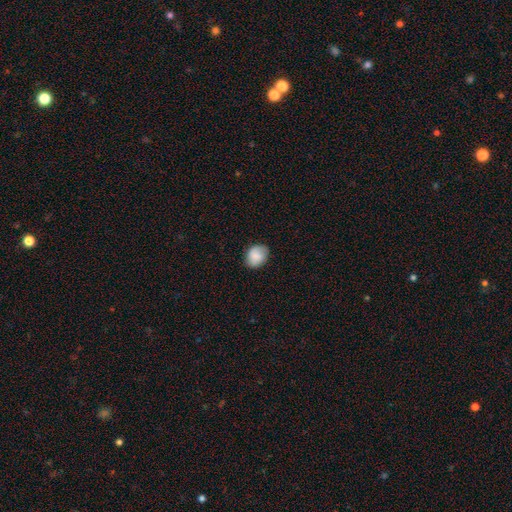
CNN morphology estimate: Overall: smooth (80%). How rounded: in between (54%; round 45%). Merging: none (77%).